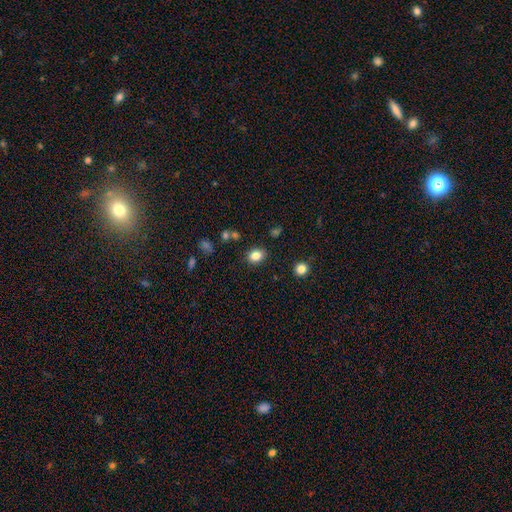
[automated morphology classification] Q: Smooth or featured?
A: smooth (83%); runner-up: star or artifact (11%)
Q: How rounded?
A: in between (52%); runner-up: round (47%)
Q: Merging?
A: none (85%); runner-up: minor disturbance (10%)